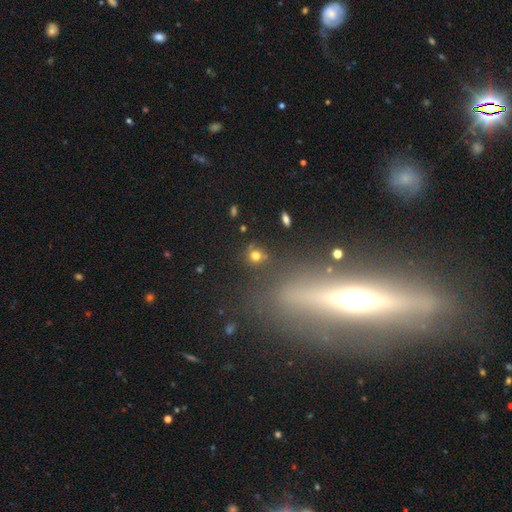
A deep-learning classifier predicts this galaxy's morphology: This appears to be a smooth galaxy with no disk features (73%) that is round (88%). Merging: none (74%).